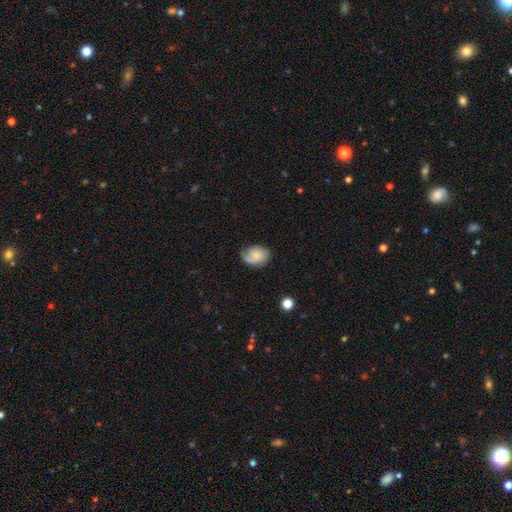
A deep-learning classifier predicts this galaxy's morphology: Smooth or featured? Predicted: smooth (p=0.54). How rounded? Predicted: in between (p=0.70). Merging? Predicted: none (p=0.58).